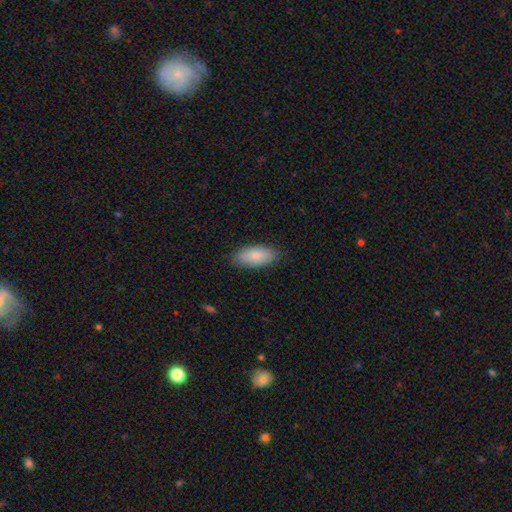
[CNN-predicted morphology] type=smooth (86%); roundness=in between (88%); merging=none (83%).